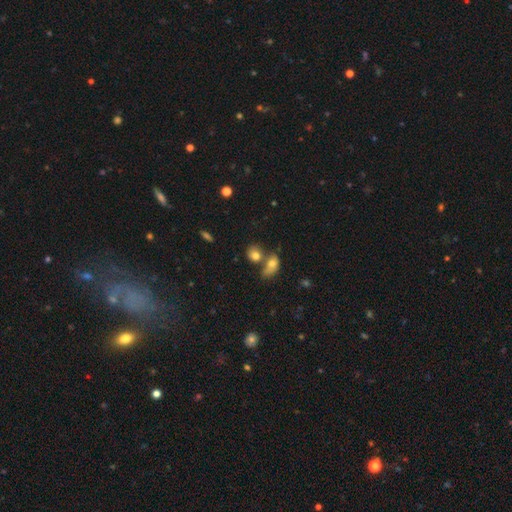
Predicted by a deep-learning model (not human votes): A smooth galaxy with no disk features (77%) that is round (54%).

Vote fractions:
- Smooth or featured? smooth: 77% / featured or disk: 13% / star or artifact: 10%
- How rounded? round: 54% / in between: 44% / cigar-shaped: 2%
- Merging? merger: 47% / none: 38% / minor disturbance: 10% / major disturbance: 5%